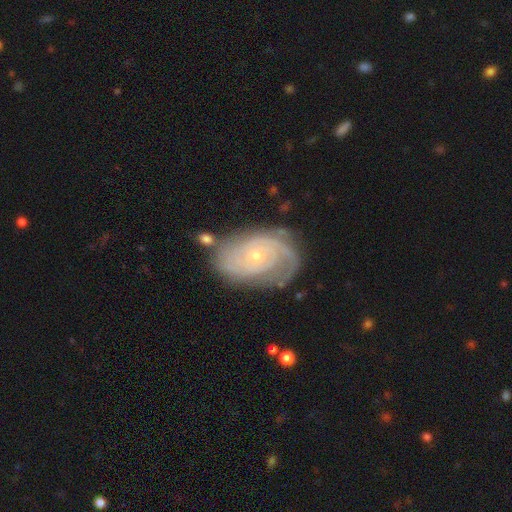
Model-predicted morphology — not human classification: smooth-or-featured: featured or disk: 86% | smooth: 8% | star or artifact: 6%
  disk-edge-on: no: 97% | yes: 3%
    bar: no: 78% | weak: 18% | strong: 4%
    has-spiral-arms: yes: 96% | no: 4%
      spiral-winding: tight: 74% | medium: 21% | loose: 5%
      spiral-arm-count: 2: 35% | can't tell: 29% | 3: 17% | 4: 8% | 1: 6% | more than 4: 5%
    bulge-size: small: 77% | moderate: 20% | none: 1% | large: 1% | dominant: 1%
  merging: none: 69% | minor disturbance: 20% | major disturbance: 8% | merger: 4%